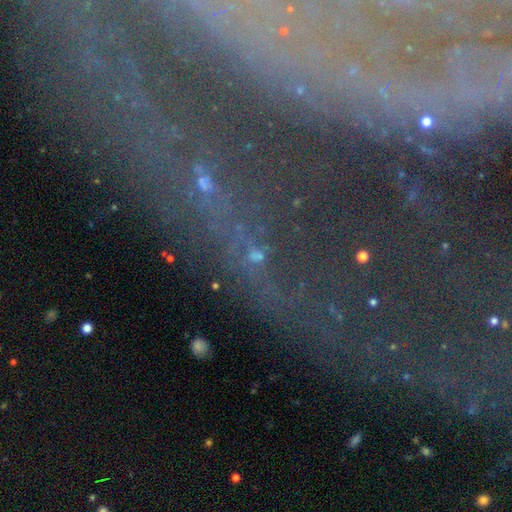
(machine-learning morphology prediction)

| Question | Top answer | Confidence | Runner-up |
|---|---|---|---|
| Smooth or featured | star or artifact | 72% | featured or disk (15%) |